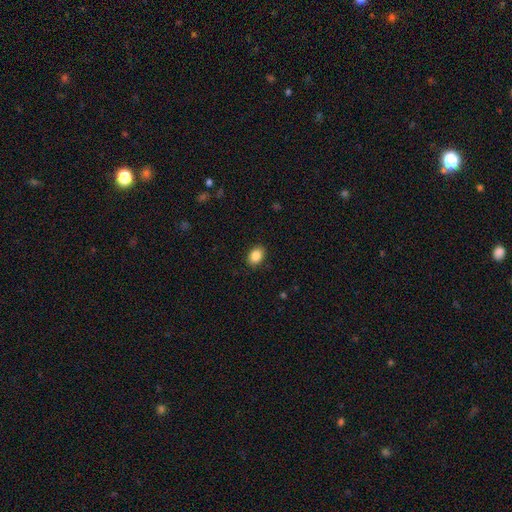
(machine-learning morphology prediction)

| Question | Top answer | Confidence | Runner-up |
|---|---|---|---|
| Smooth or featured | smooth | 87% | star or artifact (8%) |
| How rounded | in between | 72% | round (27%) |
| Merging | none | 89% | minor disturbance (8%) |